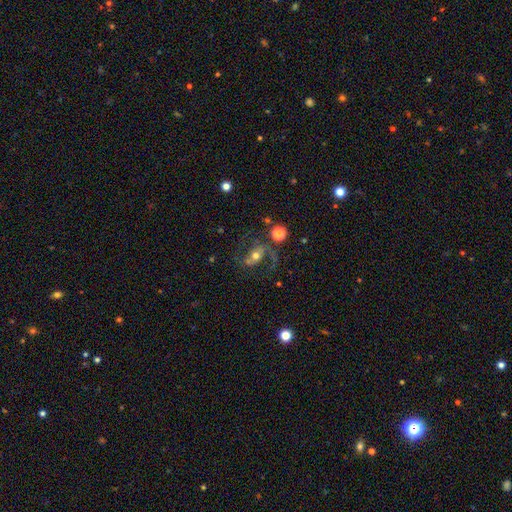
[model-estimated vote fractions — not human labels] smooth_or_featured: featured or disk (p=0.67) [alt: smooth p=0.22]
disk_edge_on: no (p=0.96) [alt: yes p=0.04]
bar: no (p=0.47) [alt: weak p=0.32]
has_spiral_arms: yes (p=0.85) [alt: no p=0.15]
spiral_winding: loose (p=0.54) [alt: medium p=0.38]
spiral_arm_count: 2 (p=0.83) [alt: 1 p=0.10]
bulge_size: moderate (p=0.67) [alt: small p=0.17]
merging: none (p=0.57) [alt: major disturbance p=0.19]